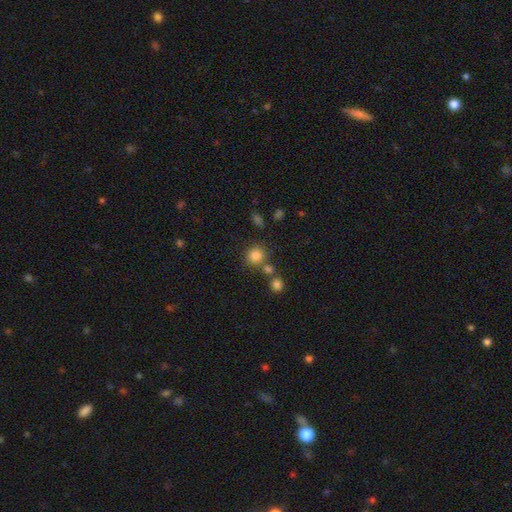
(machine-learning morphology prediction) Overall: smooth (81%). How rounded: round (84%). Merging: none (68%).